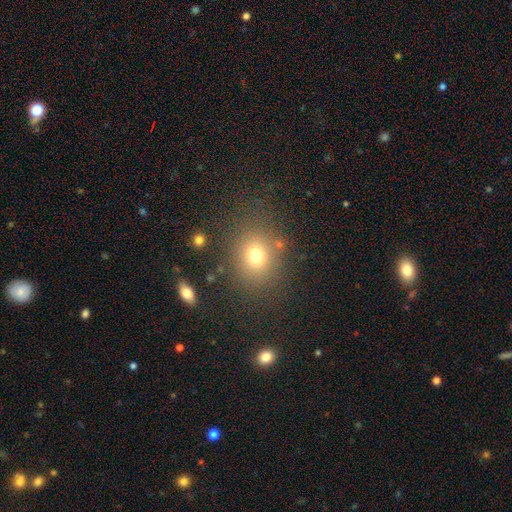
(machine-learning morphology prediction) type=smooth (73%); roundness=round (66%); merging=none (80%).